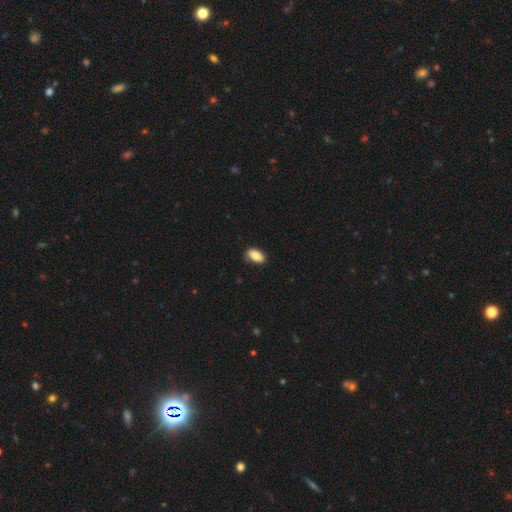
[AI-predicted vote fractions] Smooth or featured? smooth (86%)
How rounded? in between (92%)
Merging? none (82%)